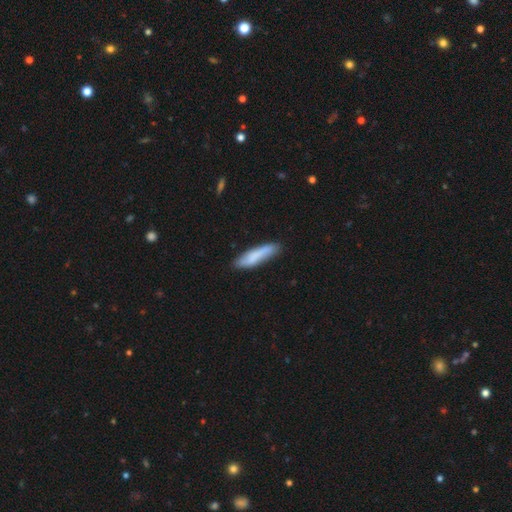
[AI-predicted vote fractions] This is likely a smooth galaxy (77%). How rounded: likely cigar-shaped (78%). Merging: likely none (77%).